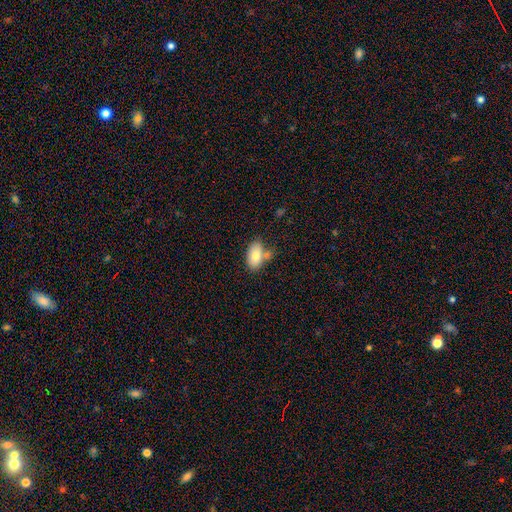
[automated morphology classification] Smooth or featured?
  - smooth: 77% *
  - featured or disk: 17%
  - star or artifact: 7%
How rounded?
  - in between: 92% *
  - round: 7%
  - cigar-shaped: 2%
Merging?
  - none: 53% *
  - merger: 23%
  - minor disturbance: 19%
  - major disturbance: 5%